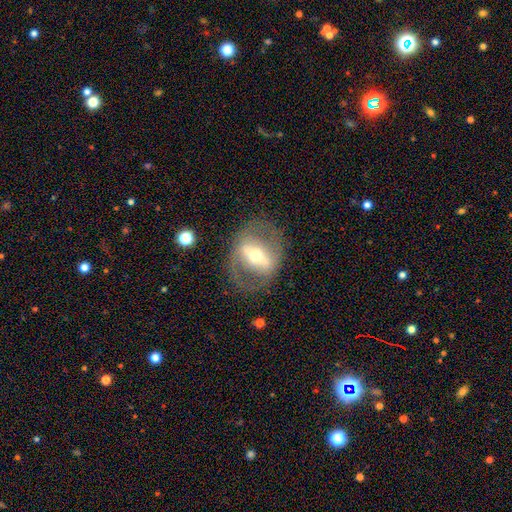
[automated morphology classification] smooth-or-featured: featured or disk: 73% | smooth: 20% | star or artifact: 7%
  disk-edge-on: no: 83% | yes: 17%
    bar: strong: 68% | weak: 19% | no: 13%
    has-spiral-arms: no: 72% | yes: 28%
    bulge-size: moderate: 58% | small: 31% | large: 8% | dominant: 2% | none: 1%
  merging: none: 73% | minor disturbance: 13% | major disturbance: 12% | merger: 2%